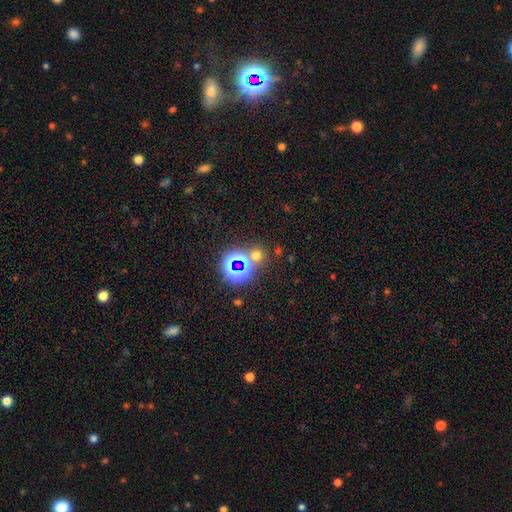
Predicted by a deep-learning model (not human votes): Morphology: type=smooth (51%); roundness=round (87%); merging=none (72%).